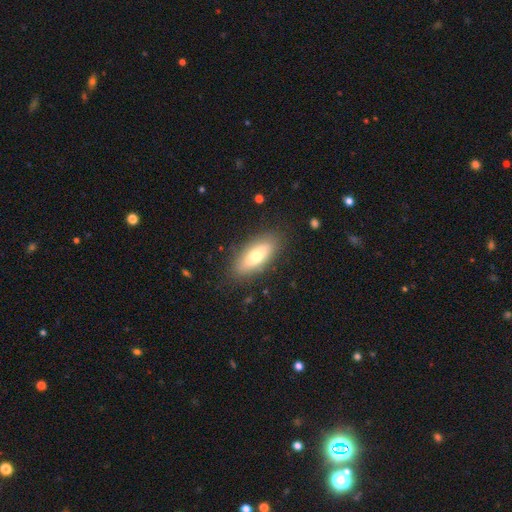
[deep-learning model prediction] smooth_or_featured: smooth (p=0.70) [alt: featured or disk p=0.24]
how_rounded: in between (p=0.77) [alt: cigar-shaped p=0.21]
merging: none (p=0.84) [alt: minor disturbance p=0.11]